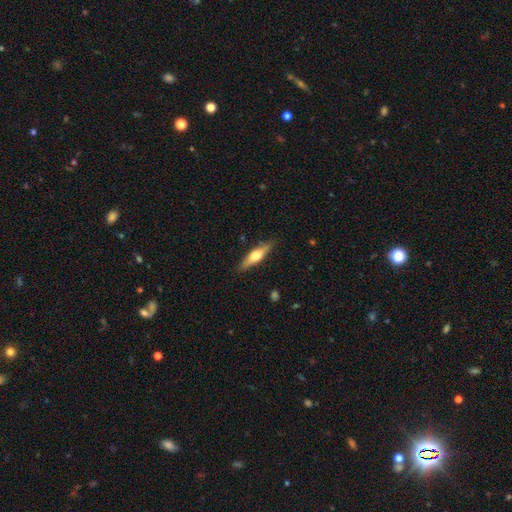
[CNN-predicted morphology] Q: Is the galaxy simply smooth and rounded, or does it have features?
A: featured or disk — 52%.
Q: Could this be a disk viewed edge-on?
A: yes — 93%.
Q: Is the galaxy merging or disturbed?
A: none — 88%.